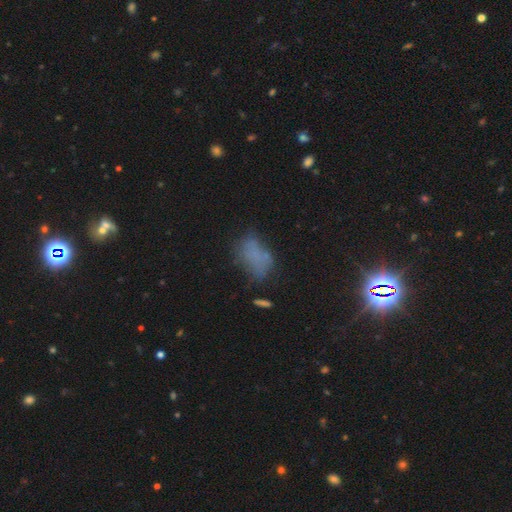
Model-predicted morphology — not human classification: The model was most divided on "merging": none: 43%, minor disturbance: 27%, major disturbance: 22%, merger: 8%. More confident: how rounded — in between (85%); smooth or featured — smooth (56%).